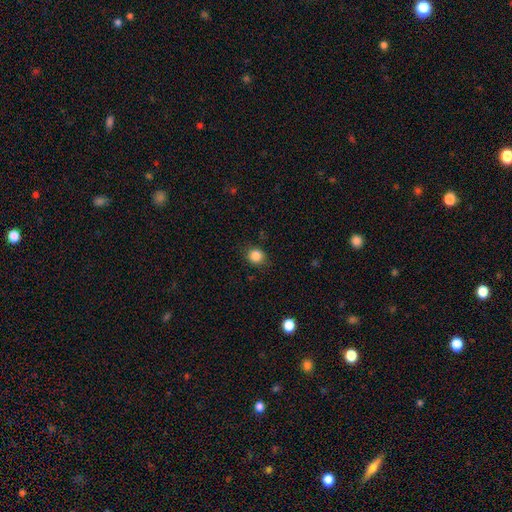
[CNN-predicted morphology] A smooth galaxy with no disk features (86%) that is round (82%).

Vote fractions:
- Smooth or featured? smooth: 86% / star or artifact: 10% / featured or disk: 4%
- How rounded? round: 82% / in between: 17% / cigar-shaped: 1%
- Merging? none: 85% / minor disturbance: 11% / major disturbance: 3% / merger: 1%